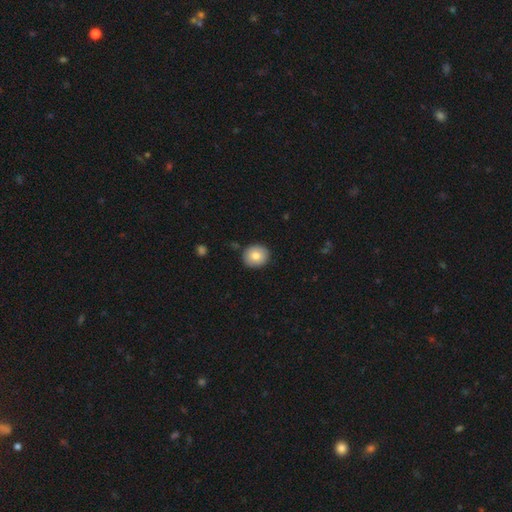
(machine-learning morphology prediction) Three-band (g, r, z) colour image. It shows a smooth galaxy with no disk features (80%) that is round (81%). Merging: none (89%).